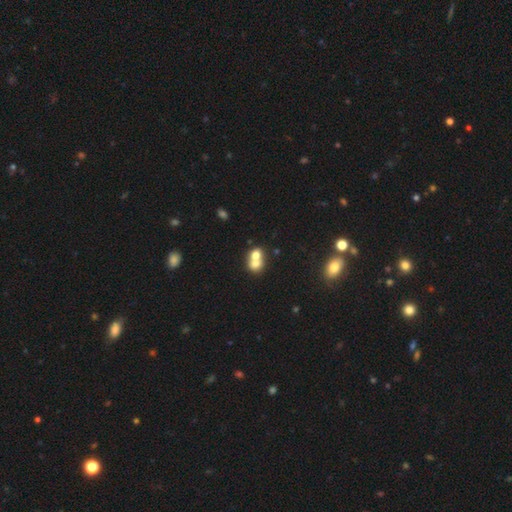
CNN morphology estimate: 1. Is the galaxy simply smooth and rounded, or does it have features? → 68% smooth, 22% featured or disk, 10% star or artifact.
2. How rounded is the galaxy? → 61% round, 38% in between, 1% cigar-shaped.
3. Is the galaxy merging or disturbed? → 73% merger, 20% none, 5% minor disturbance, 3% major disturbance.